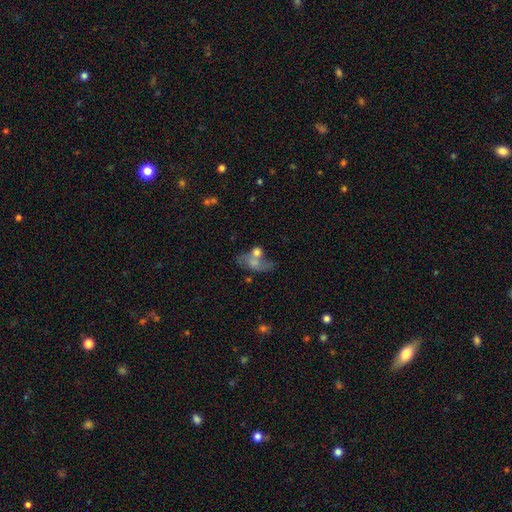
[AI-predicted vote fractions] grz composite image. It shows a smooth galaxy with no disk features (47%). Merging: merger (45%).